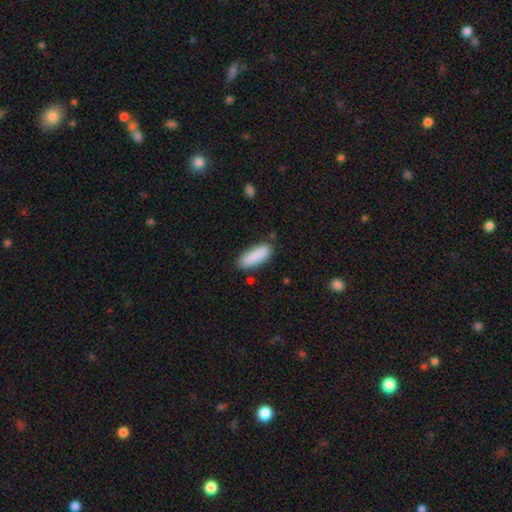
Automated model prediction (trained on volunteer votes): Smooth or featured? Predicted: smooth (p=0.88). How rounded? Predicted: in between (p=0.56). Merging? Predicted: none (p=0.82).